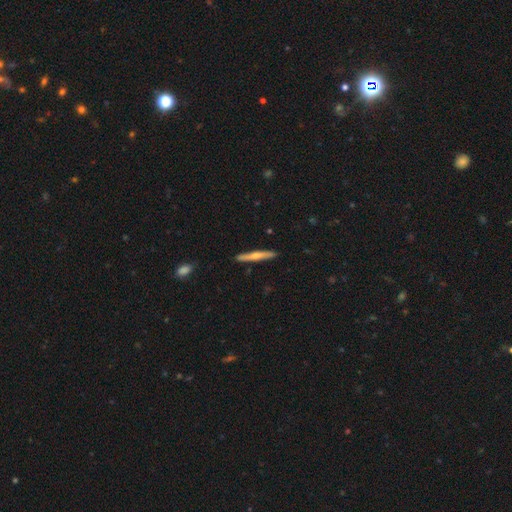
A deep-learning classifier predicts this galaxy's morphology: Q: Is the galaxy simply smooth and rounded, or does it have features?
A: smooth — 48%.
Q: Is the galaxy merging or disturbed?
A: none — 90%.